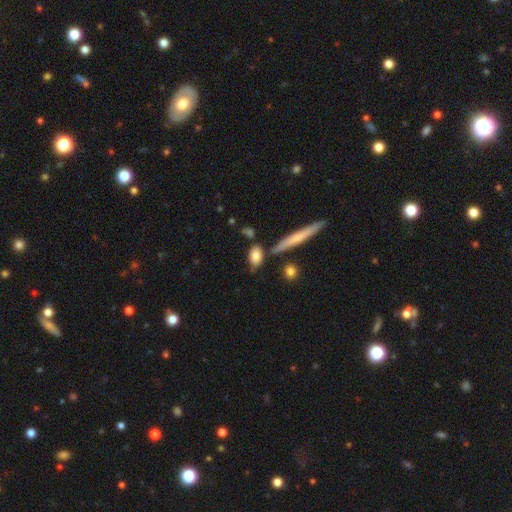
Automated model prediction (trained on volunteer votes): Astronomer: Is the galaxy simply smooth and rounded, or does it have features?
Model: smooth — 80%.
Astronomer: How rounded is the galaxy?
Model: in between — 79%.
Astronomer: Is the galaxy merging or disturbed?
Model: none — 64%.